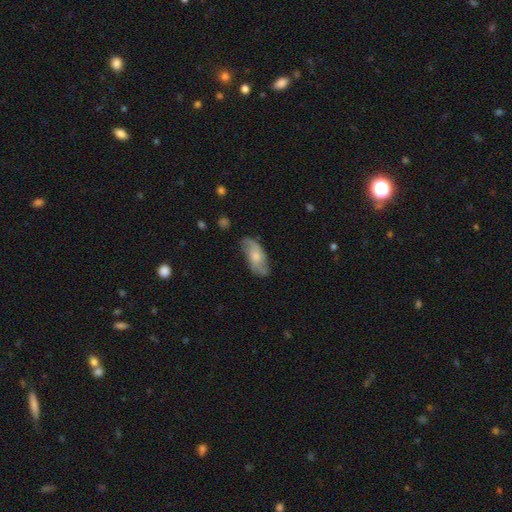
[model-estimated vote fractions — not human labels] Overall: featured or disk (55%; smooth 38%). Edge-on disk: no (89%). Merging: none (67%).